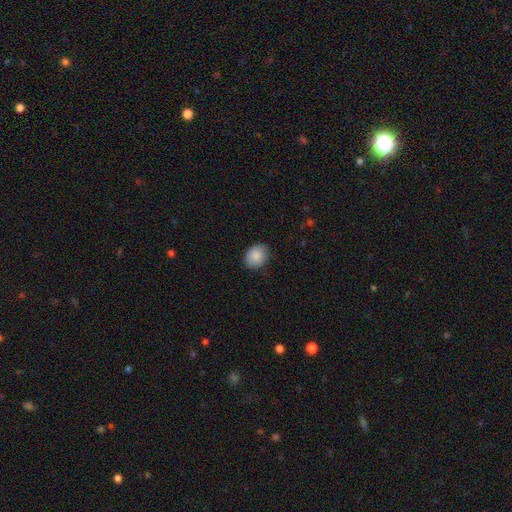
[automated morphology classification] smooth-or-featured: smooth: 88% | star or artifact: 7% | featured or disk: 5%
  how-rounded: in between: 54% | round: 45% | cigar-shaped: 1%
  merging: none: 83% | minor disturbance: 13% | major disturbance: 2% | merger: 1%